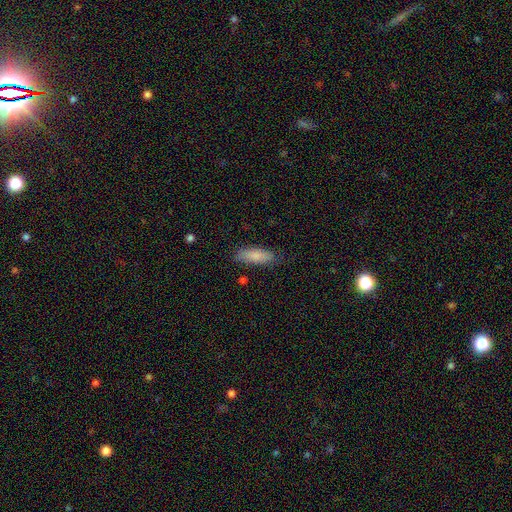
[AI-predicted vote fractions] A smooth galaxy with no disk features (83%) that is in between round and cigar-shaped (55%).

Vote fractions:
- Smooth or featured? smooth: 83% / featured or disk: 11% / star or artifact: 6%
- How rounded? in between: 55% / cigar-shaped: 44% / round: 2%
- Merging? none: 80% / minor disturbance: 15% / major disturbance: 3% / merger: 2%